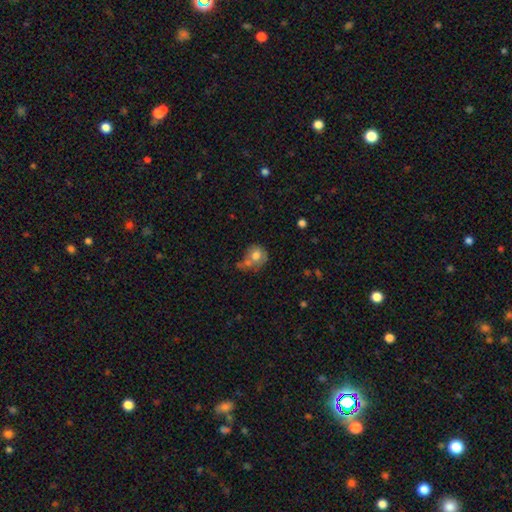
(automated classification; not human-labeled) Smooth or featured?
  - smooth: 71% *
  - featured or disk: 20%
  - star or artifact: 9%
How rounded?
  - round: 73% *
  - in between: 26%
  - cigar-shaped: 1%
Merging?
  - merger: 36% *
  - none: 33%
  - minor disturbance: 19%
  - major disturbance: 12%